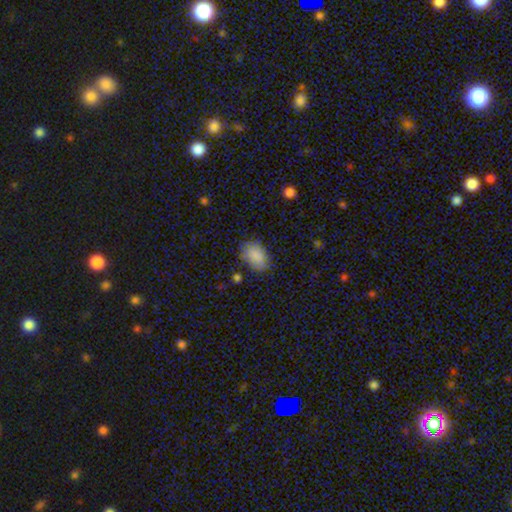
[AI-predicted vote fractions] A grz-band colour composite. It shows a smooth galaxy with no disk features (86%) that is in between round and cigar-shaped (84%). Merging: none (75%).